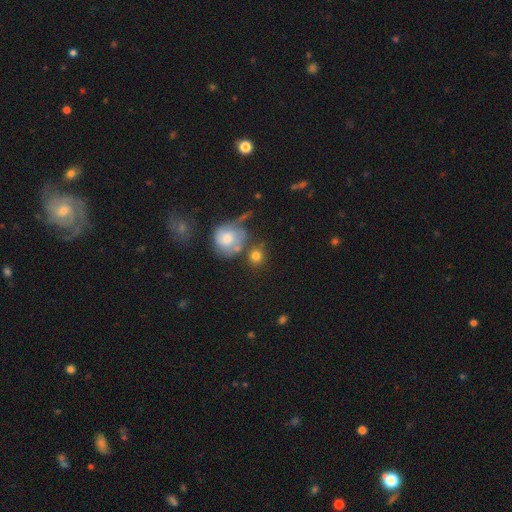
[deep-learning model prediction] Morphology: type=smooth (77%); roundness=round (84%); merging=none (60%).